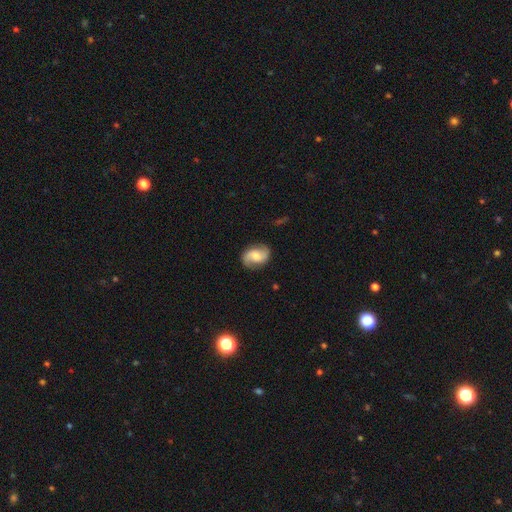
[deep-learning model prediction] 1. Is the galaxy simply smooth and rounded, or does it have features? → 73% featured or disk, 20% smooth, 7% star or artifact.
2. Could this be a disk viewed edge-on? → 98% no, 2% yes.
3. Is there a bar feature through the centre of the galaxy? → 49% no, 40% weak, 11% strong.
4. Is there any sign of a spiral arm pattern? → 95% yes, 5% no.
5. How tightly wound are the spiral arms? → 45% medium, 36% loose, 20% tight.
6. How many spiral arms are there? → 91% 2, 4% can't tell, 2% 1, 1% 3, 1% 4, 1% more than 4.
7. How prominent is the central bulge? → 55% moderate, 31% small, 8% large, 5% none, 2% dominant.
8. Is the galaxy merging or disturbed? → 82% none, 13% minor disturbance, 4% major disturbance, 1% merger.